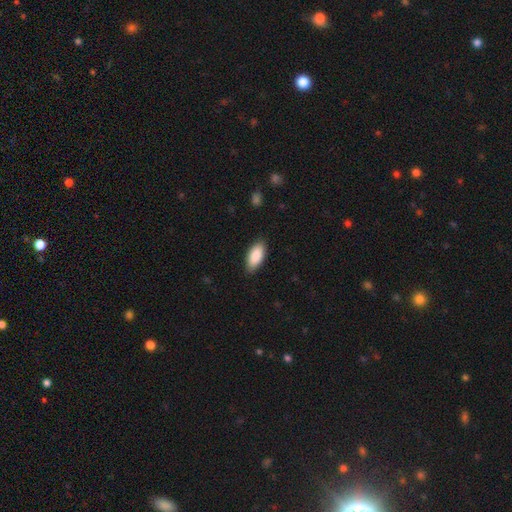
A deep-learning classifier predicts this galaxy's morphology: Smooth or featured?
  - smooth: 89% *
  - star or artifact: 6%
  - featured or disk: 6%
How rounded?
  - in between: 89% *
  - cigar-shaped: 9%
  - round: 2%
Merging?
  - none: 86% *
  - minor disturbance: 11%
  - major disturbance: 2%
  - merger: 1%